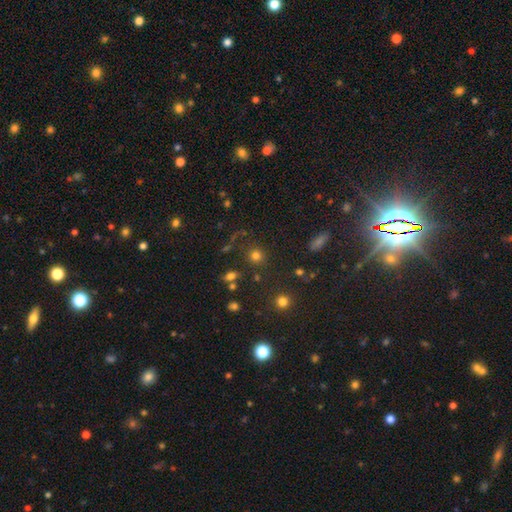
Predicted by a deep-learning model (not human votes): Smooth or featured: smooth — 74% (star or artifact — 19%)
How rounded: round — 89% (in between — 10%)
Merging: none — 80% (minor disturbance — 9%)